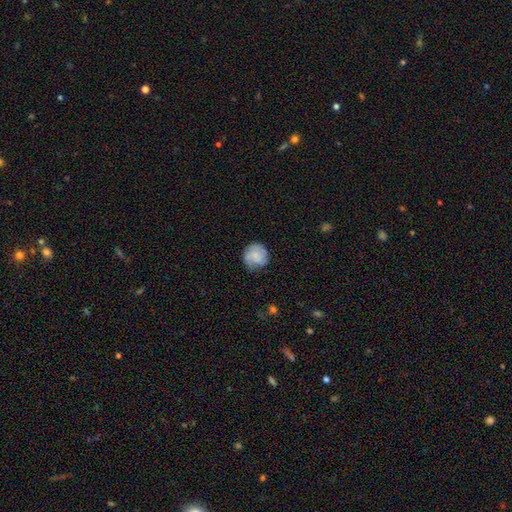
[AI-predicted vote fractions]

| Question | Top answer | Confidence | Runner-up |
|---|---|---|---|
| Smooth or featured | smooth | 59% | featured or disk (33%) |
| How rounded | round | 87% | in between (12%) |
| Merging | none | 66% | minor disturbance (25%) |